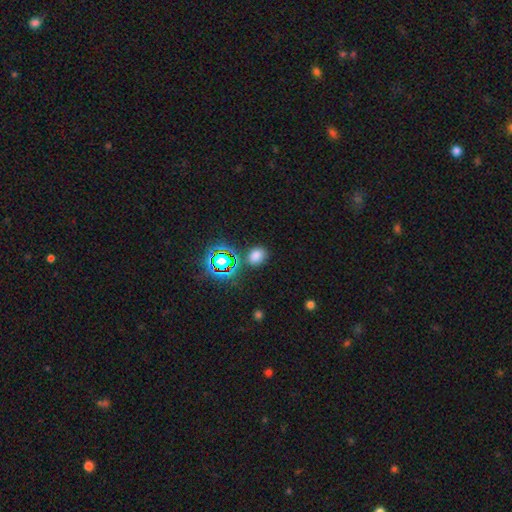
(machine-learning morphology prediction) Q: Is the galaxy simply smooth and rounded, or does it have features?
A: smooth — 69%.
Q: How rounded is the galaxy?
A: in between — 52%.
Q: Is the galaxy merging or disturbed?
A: none — 80%.